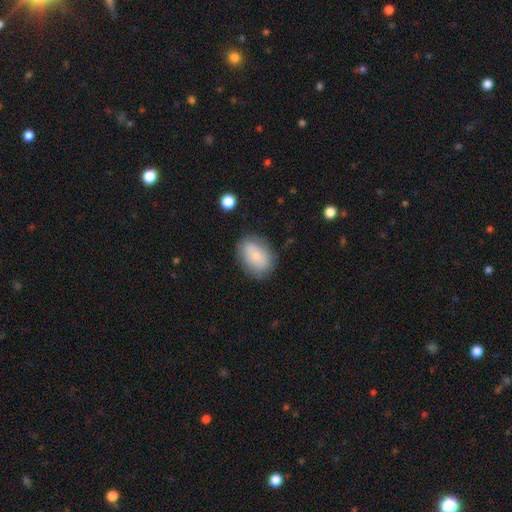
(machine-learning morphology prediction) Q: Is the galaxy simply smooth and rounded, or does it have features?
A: smooth — 72%.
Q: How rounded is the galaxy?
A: in between — 76%.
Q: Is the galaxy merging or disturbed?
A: none — 77%.